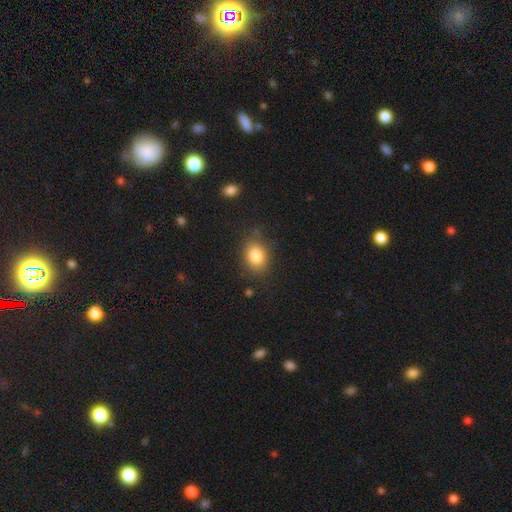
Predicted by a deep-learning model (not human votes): smooth_or_featured: smooth (p=0.83) [alt: star or artifact p=0.09]
how_rounded: in between (p=0.61) [alt: round p=0.38]
merging: none (p=0.81) [alt: minor disturbance p=0.13]